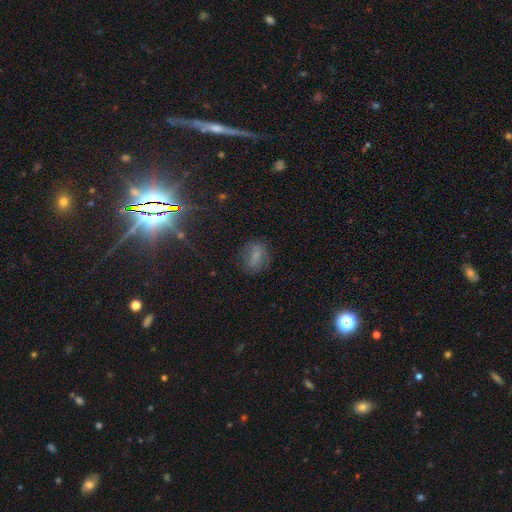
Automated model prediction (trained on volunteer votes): This is possibly a smooth galaxy (59%). How rounded: possibly in between (52%). Merging: likely none (73%).